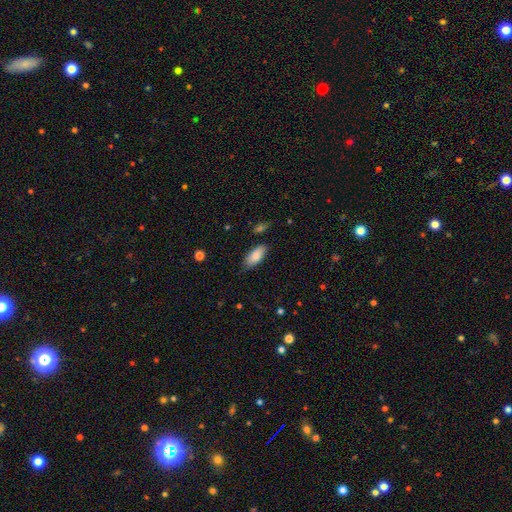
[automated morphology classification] Smooth or featured? Predicted: smooth (p=0.81). How rounded? Predicted: in between (p=0.86). Merging? Predicted: none (p=0.80).